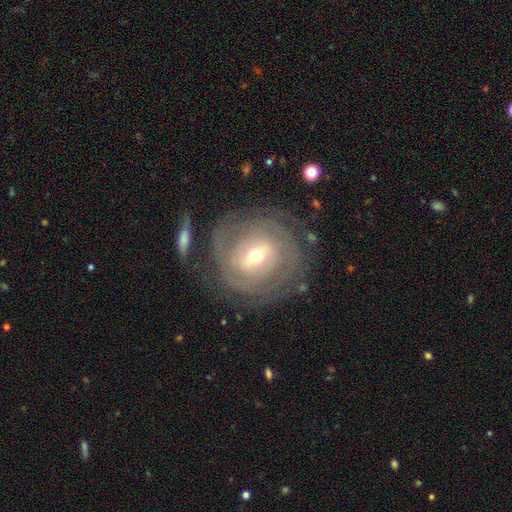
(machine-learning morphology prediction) The model was most divided on "bulge size": moderate: 49%, small: 46%, large: 4%, dominant: 1%, none: 1%. Remaining: edge-on disk — no (95%); spiral arms — yes (79%); smooth or featured — featured or disk (76%); merging — none (75%); spiral winding — tight (71%); bar — weak (48%); spiral arm count — can't tell (44%).